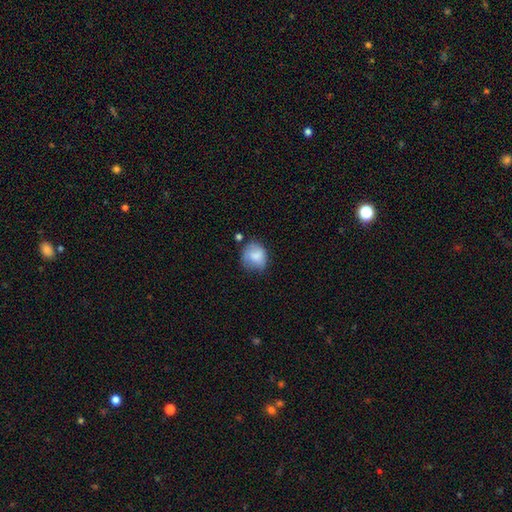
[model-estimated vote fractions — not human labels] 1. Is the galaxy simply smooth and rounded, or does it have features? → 77% smooth, 14% featured or disk, 8% star or artifact.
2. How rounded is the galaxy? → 68% round, 31% in between, 1% cigar-shaped.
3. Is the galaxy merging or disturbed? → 54% none, 30% minor disturbance, 11% major disturbance, 6% merger.